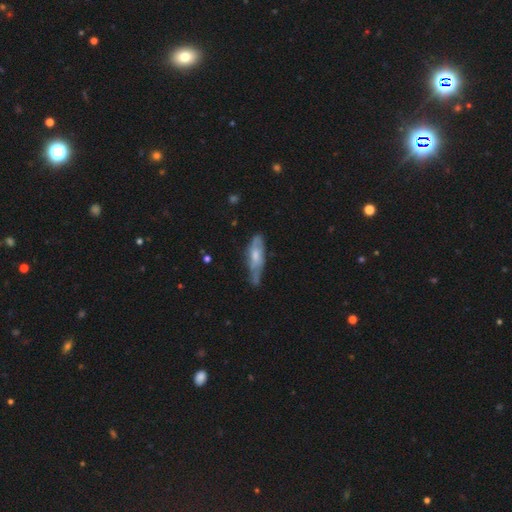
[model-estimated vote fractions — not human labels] smooth-or-featured: featured or disk: 52% | smooth: 42% | star or artifact: 6%
  disk-edge-on: no: 65% | yes: 35%
  merging: none: 47% | minor disturbance: 36% | major disturbance: 14% | merger: 4%